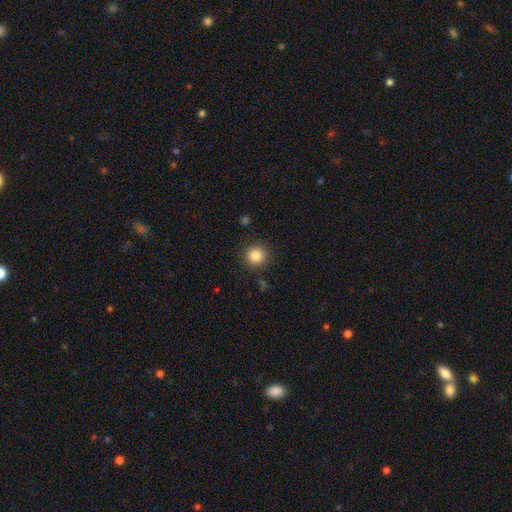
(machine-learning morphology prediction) A smooth galaxy with no disk features (84%) that is round (94%). Merging: none (90%).